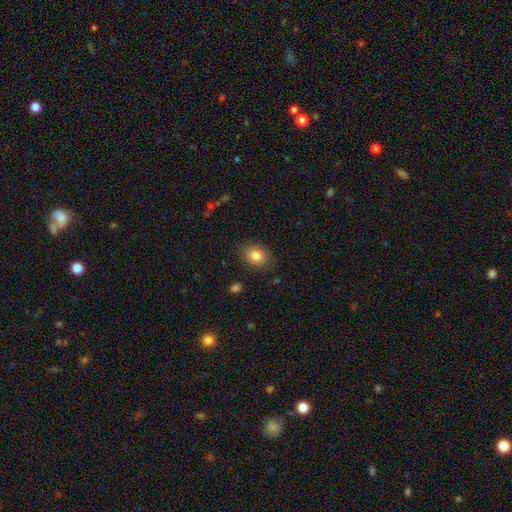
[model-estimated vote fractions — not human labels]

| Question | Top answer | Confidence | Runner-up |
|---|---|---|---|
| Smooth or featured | smooth | 82% | star or artifact (9%) |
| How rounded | in between | 62% | round (37%) |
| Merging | none | 85% | minor disturbance (11%) |